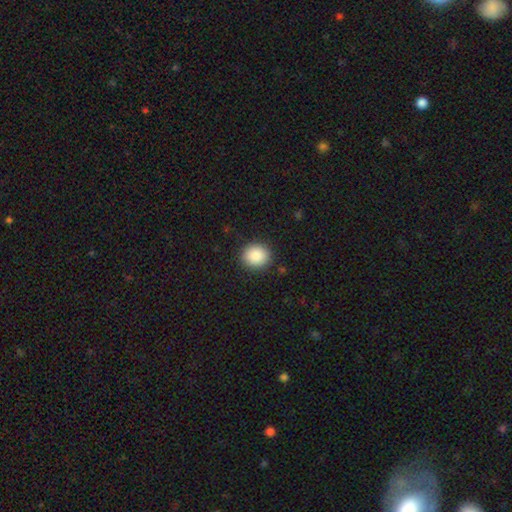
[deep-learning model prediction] This is clearly a smooth galaxy (88%). How rounded: clearly round (82%). Merging: clearly none (90%).